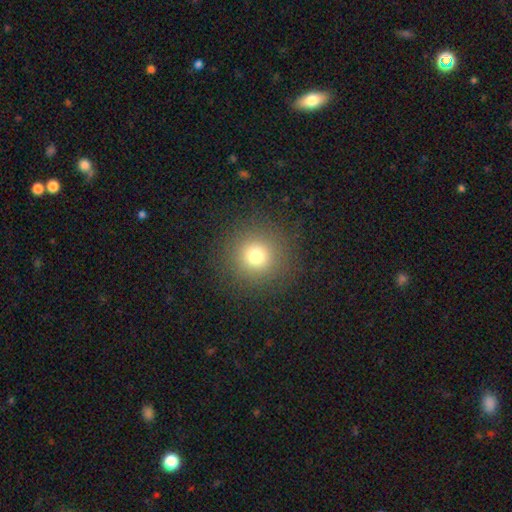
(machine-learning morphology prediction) This appears to be a smooth galaxy with no disk features (75%) that is round (95%). Merging: none (89%).